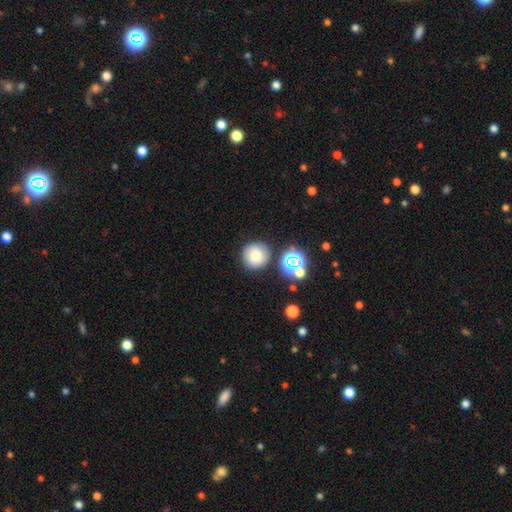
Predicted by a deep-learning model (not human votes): smooth 73%, star or artifact 14%, featured or disk 13%. Down the decision tree: how rounded — round (92%); merging — none (78%).